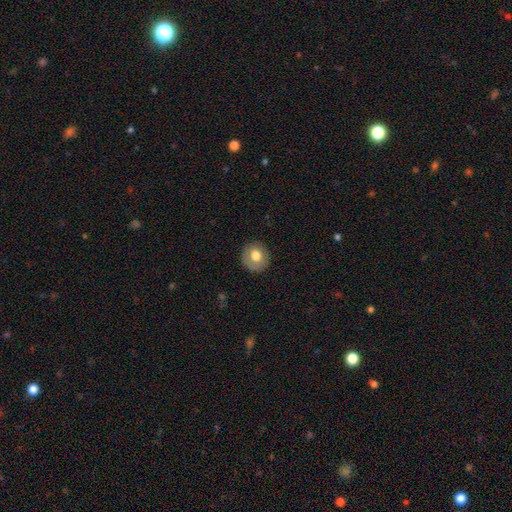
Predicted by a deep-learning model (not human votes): smooth_or_featured: smooth (p=0.71) [alt: featured or disk p=0.21]
how_rounded: round (p=0.89) [alt: in between p=0.10]
merging: none (p=0.86) [alt: minor disturbance p=0.10]